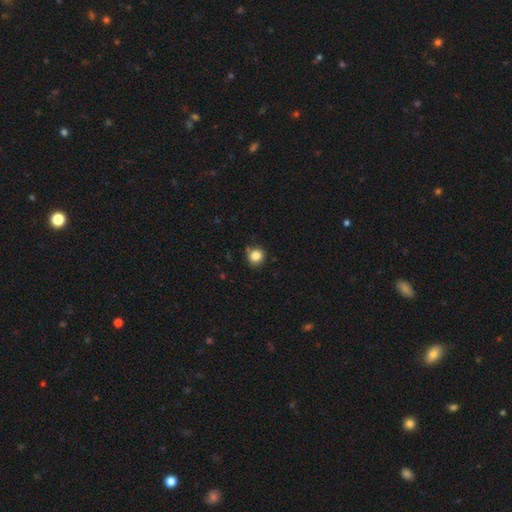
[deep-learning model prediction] Overall: smooth (84%). How rounded: round (85%). Merging: none (83%).